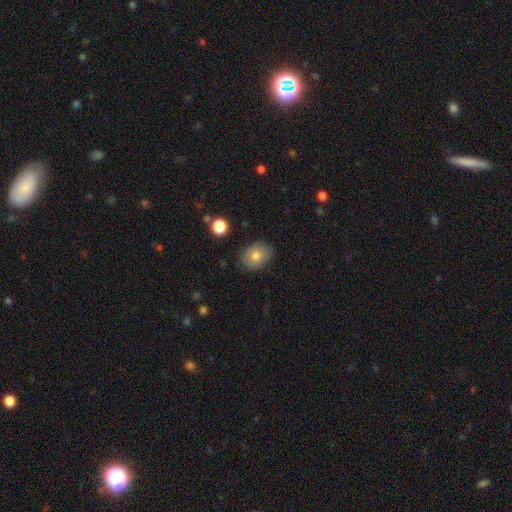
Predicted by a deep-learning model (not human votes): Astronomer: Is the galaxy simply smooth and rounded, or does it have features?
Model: smooth — 78%.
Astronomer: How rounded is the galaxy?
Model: in between — 58% (runner-up: round, 41%).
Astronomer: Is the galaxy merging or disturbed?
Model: none — 82%.